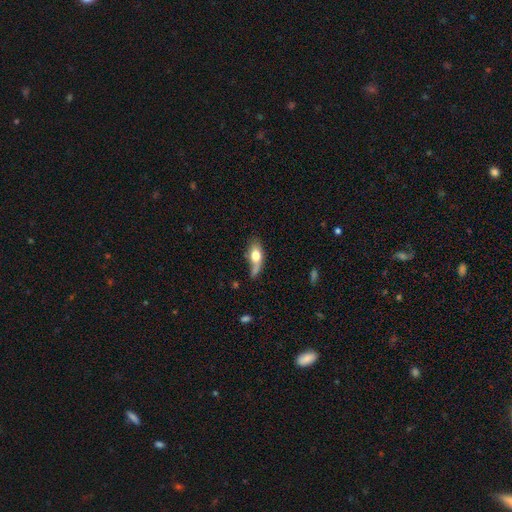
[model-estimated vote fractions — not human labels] The model was most divided on "merging": none: 34%, minor disturbance: 29%, major disturbance: 24%, merger: 13%. More confident: how rounded — in between (79%); smooth or featured — smooth (67%).